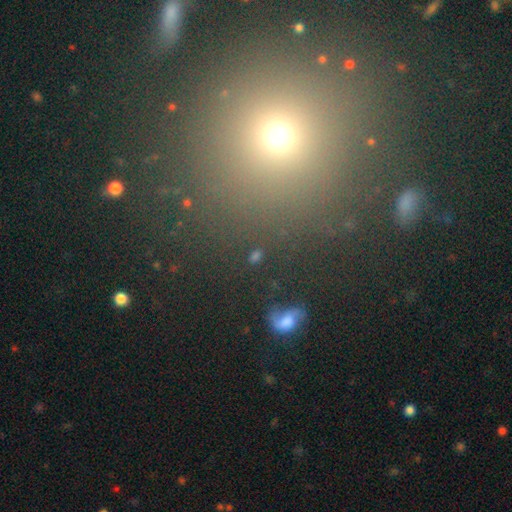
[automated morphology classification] The model was most divided on "smooth or featured": smooth: 47%, star or artifact: 34%, featured or disk: 19%. More confident: merging — none (64%).